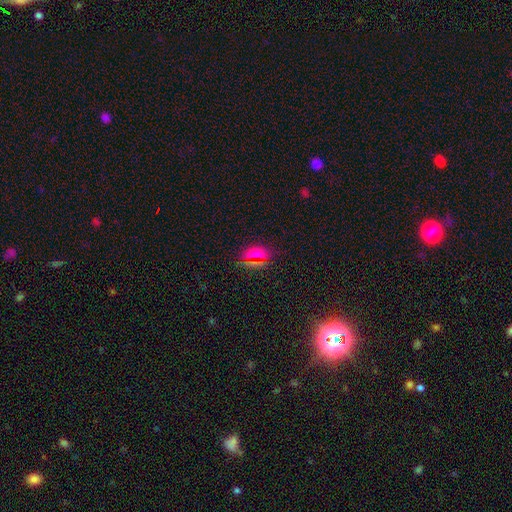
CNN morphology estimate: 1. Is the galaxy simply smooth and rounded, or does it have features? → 70% smooth, 22% star or artifact, 7% featured or disk.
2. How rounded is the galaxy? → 78% in between, 14% round, 8% cigar-shaped.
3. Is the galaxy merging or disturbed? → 82% none, 12% minor disturbance, 4% major disturbance, 2% merger.